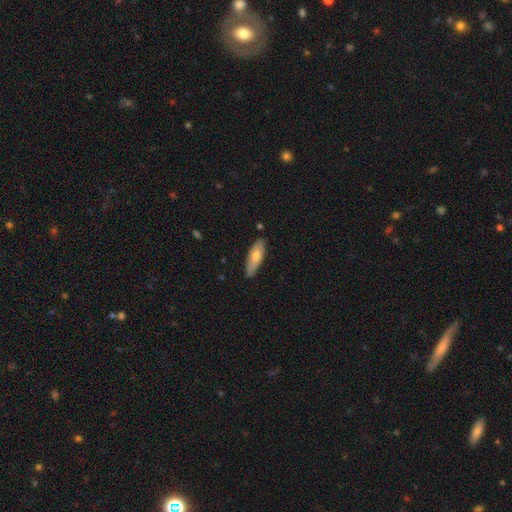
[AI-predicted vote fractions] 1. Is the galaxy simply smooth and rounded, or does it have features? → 63% smooth, 31% featured or disk, 6% star or artifact.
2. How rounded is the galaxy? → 49% cigar-shaped (tied), 49% in between (tied), 2% round.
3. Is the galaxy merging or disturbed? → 85% none, 12% minor disturbance, 2% major disturbance, 1% merger.